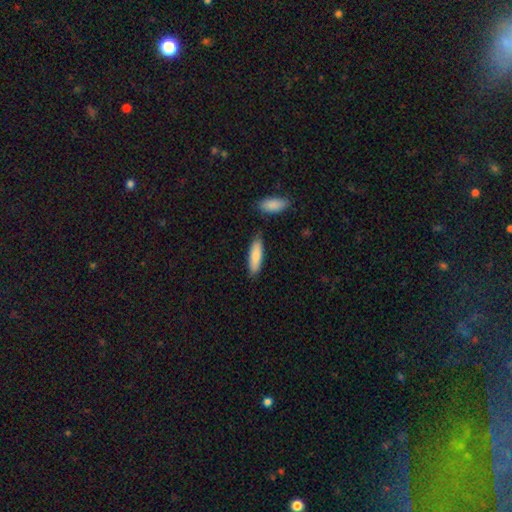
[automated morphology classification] Smooth or featured?
  - smooth: 83% *
  - featured or disk: 12%
  - star or artifact: 5%
How rounded?
  - cigar-shaped: 52% *
  - in between: 46%
  - round: 2%
Merging?
  - none: 80% *
  - minor disturbance: 12%
  - merger: 5%
  - major disturbance: 3%